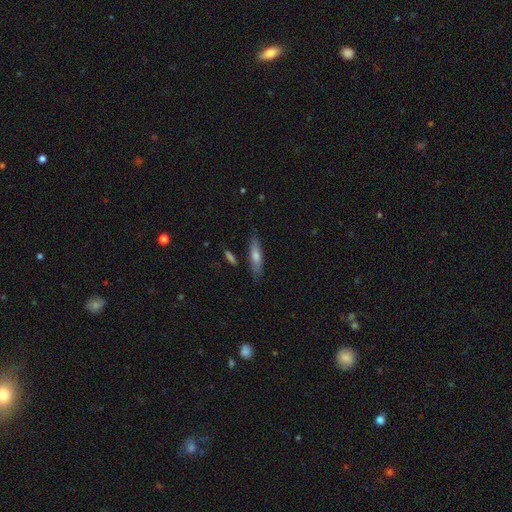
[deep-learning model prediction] smooth_or_featured: smooth (p=0.58) [alt: featured or disk p=0.35]
how_rounded: cigar-shaped (p=0.72) [alt: in between p=0.26]
merging: none (p=0.82) [alt: minor disturbance p=0.12]